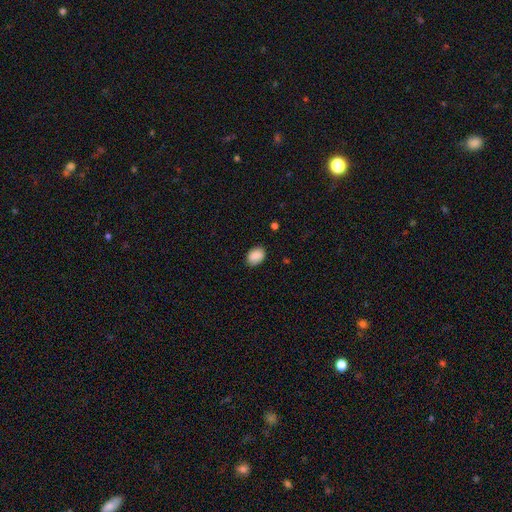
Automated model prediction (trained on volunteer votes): smooth-or-featured: smooth: 89% | star or artifact: 7% | featured or disk: 4%
  how-rounded: in between: 75% | round: 24% | cigar-shaped: 1%
  merging: none: 83% | minor disturbance: 13% | major disturbance: 3% | merger: 1%